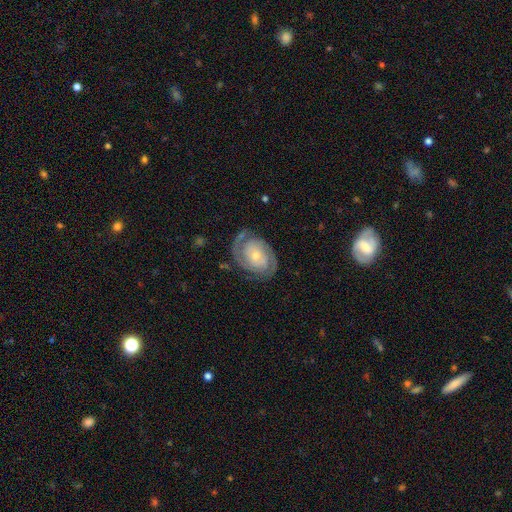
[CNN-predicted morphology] The model was most divided on "bulge size": small: 57%, moderate: 38%, large: 3%, none: 1%, dominant: 1%. More confident: edge-on disk — no (97%); spiral arms — yes (96%); smooth or featured — featured or disk (86%); spiral arm count — 2 (85%); merging — none (77%); bar — no (69%); spiral winding — tight (61%).